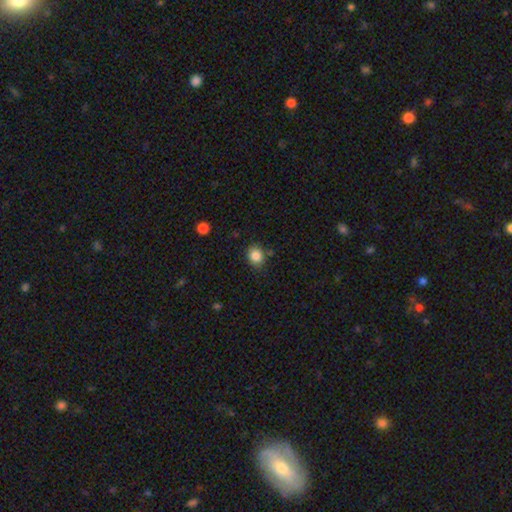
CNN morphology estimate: A smooth galaxy with no disk features (85%) that is round (67%).

Vote fractions:
- Smooth or featured? smooth: 85% / star or artifact: 10% / featured or disk: 5%
- How rounded? round: 67% / in between: 32% / cigar-shaped: 1%
- Merging? none: 81% / minor disturbance: 12% / merger: 4% / major disturbance: 3%